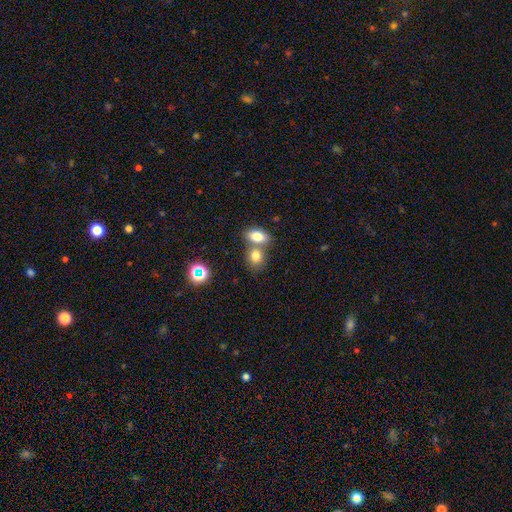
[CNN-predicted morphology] Smooth or featured? smooth (78%)
How rounded? in between (57%)
Merging? merger (48%)